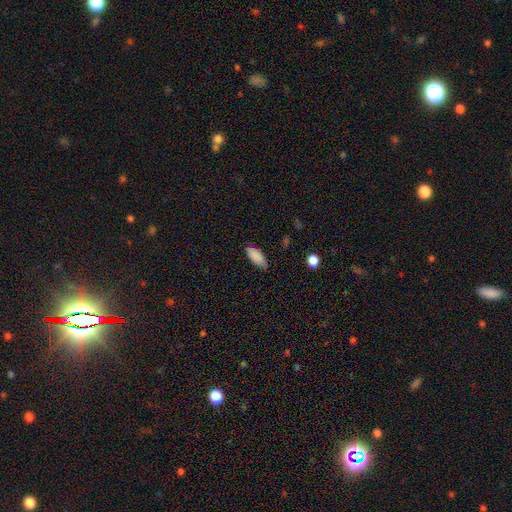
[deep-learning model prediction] Overall: smooth (87%). How rounded: in between (88%). Merging: none (71%).